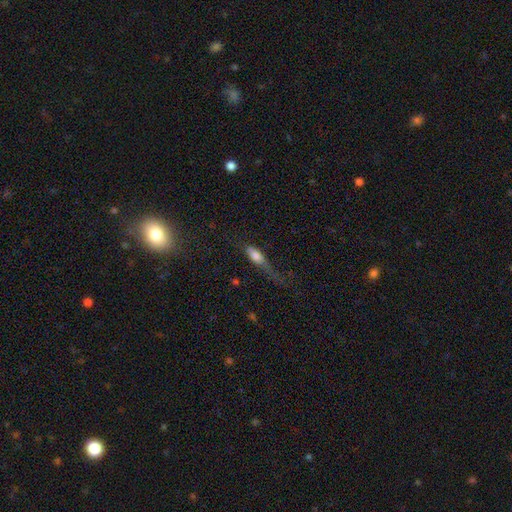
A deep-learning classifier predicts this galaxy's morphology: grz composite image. It shows a smooth galaxy with no disk features (67%) that is in between round and cigar-shaped (57%). Merging: major disturbance (37%).